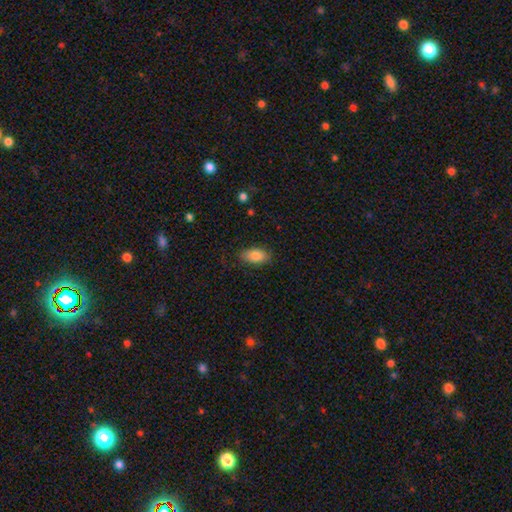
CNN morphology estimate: Smooth or featured? smooth (84%)
How rounded? in between (91%)
Merging? none (82%)